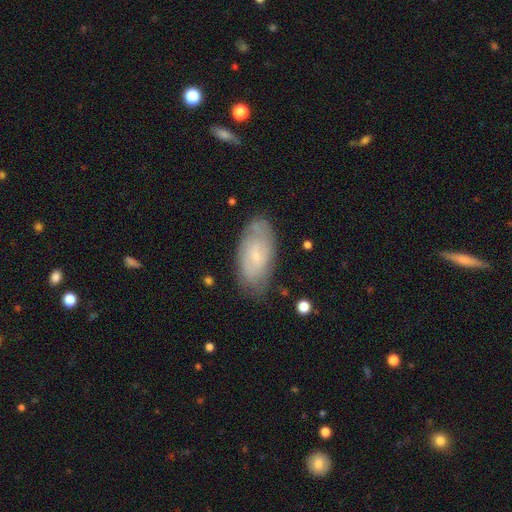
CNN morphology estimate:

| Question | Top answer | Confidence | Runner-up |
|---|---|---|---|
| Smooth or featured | featured or disk | 49% | smooth (44%) |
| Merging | none | 73% | minor disturbance (20%) |